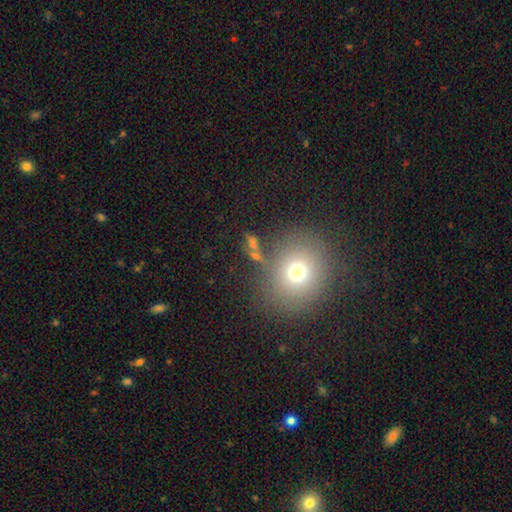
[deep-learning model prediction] smooth_or_featured: smooth (p=0.69) [alt: star or artifact p=0.19]
how_rounded: round (p=0.80) [alt: in between p=0.19]
merging: none (p=0.81) [alt: minor disturbance p=0.09]